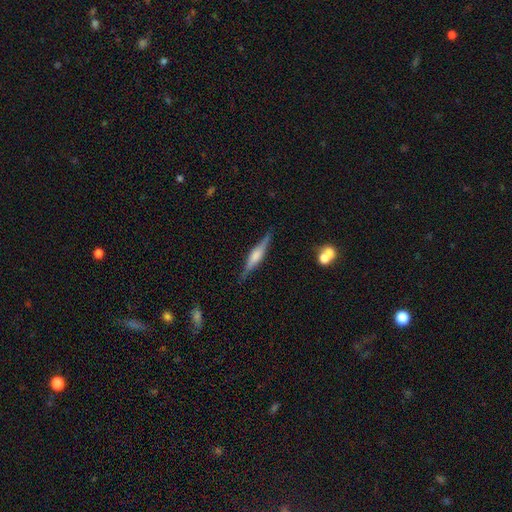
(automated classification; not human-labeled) A featured or disk galaxy (67%) viewed edge-on (97%) with a rounded central bulge (62%). Merging: none (86%).